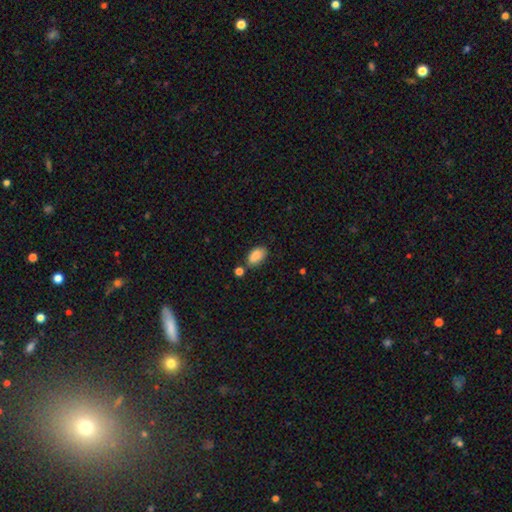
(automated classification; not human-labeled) The model was most divided on "merging": none: 69%, minor disturbance: 17%, merger: 10%, major disturbance: 4%. More confident: how rounded — in between (93%); smooth or featured — smooth (88%).